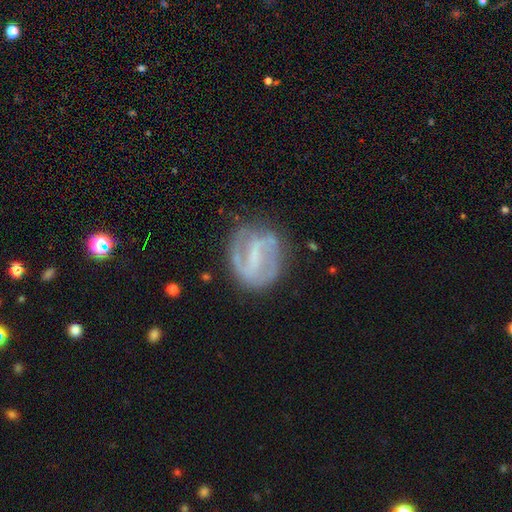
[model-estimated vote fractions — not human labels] This is likely a featured or disk galaxy (78%). It is clearly not viewed edge-on (97%). Bar: possibly strong (56%). Spiral arm pattern: clearly yes (83%). Spiral arm count: clearly 2 (80%). Spiral winding: marginally medium (43%). Central bulge: marginally small (44%). Merging: likely none (74%).